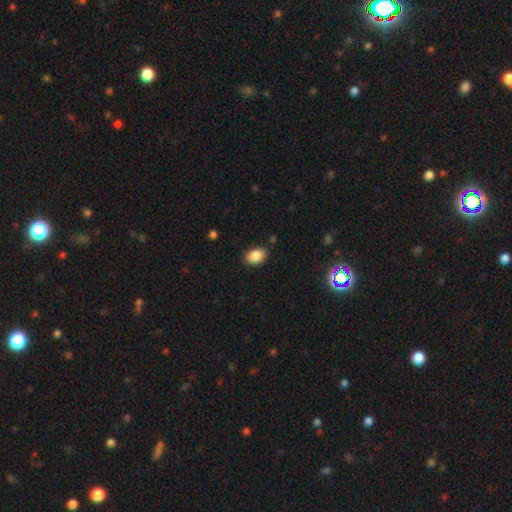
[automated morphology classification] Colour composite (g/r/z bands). It shows a smooth galaxy with no disk features (88%) that is in between round and cigar-shaped (83%). Merging: none (86%).